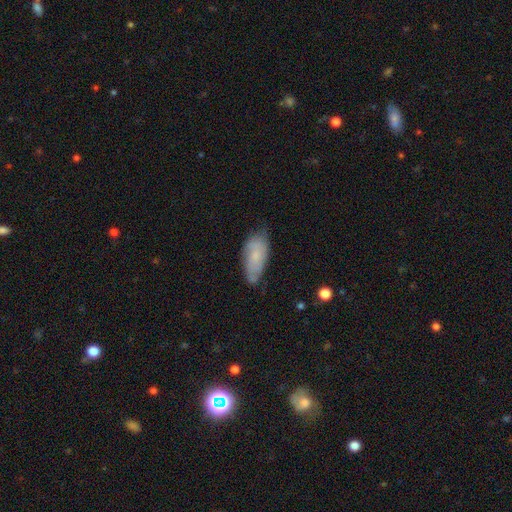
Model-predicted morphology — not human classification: Smooth or featured? Predicted: smooth (p=0.62). How rounded? Predicted: in between (p=0.84). Merging? Predicted: none (p=0.60).